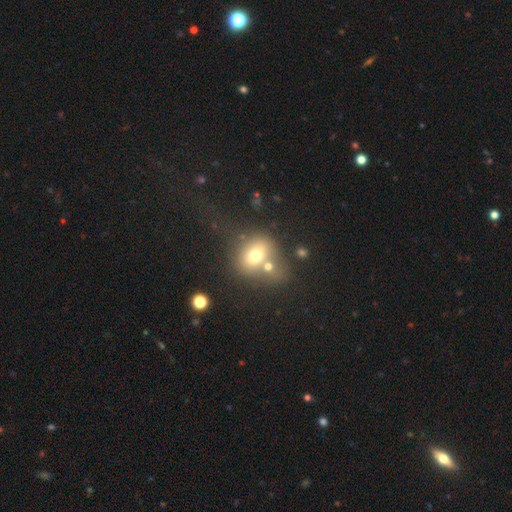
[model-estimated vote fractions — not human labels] smooth 68%, featured or disk 18%, star or artifact 14%. Down the decision tree: how rounded — round (61%); merging — none (44%).